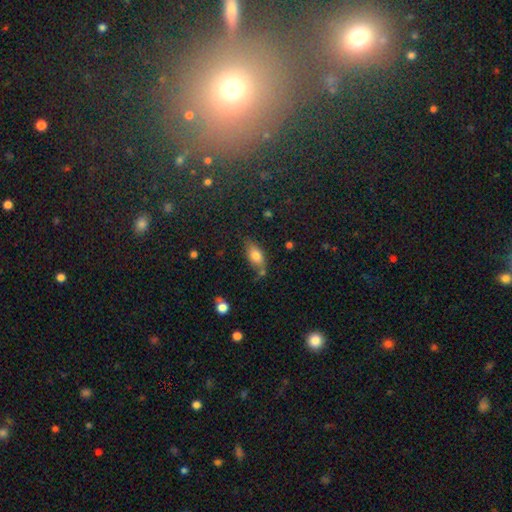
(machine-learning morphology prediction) A smooth galaxy with no disk features (75%) that is in between round and cigar-shaped (84%).

Vote fractions:
- Smooth or featured? smooth: 75% / featured or disk: 16% / star or artifact: 9%
- How rounded? in between: 84% / cigar-shaped: 11% / round: 6%
- Merging? none: 64% / minor disturbance: 22% / merger: 9% / major disturbance: 6%